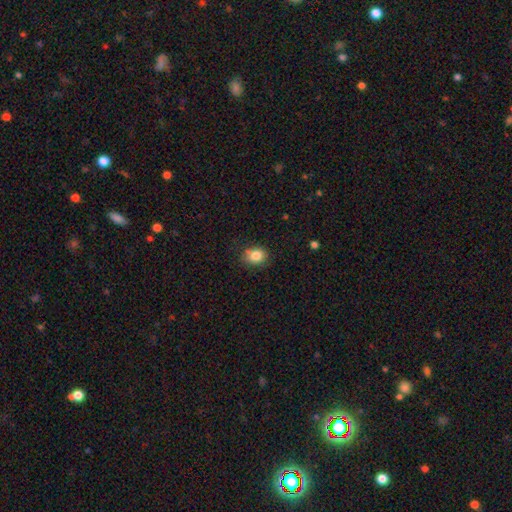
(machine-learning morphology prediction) This is clearly a smooth galaxy (83%). How rounded: possibly round (52%). Merging: likely none (71%).